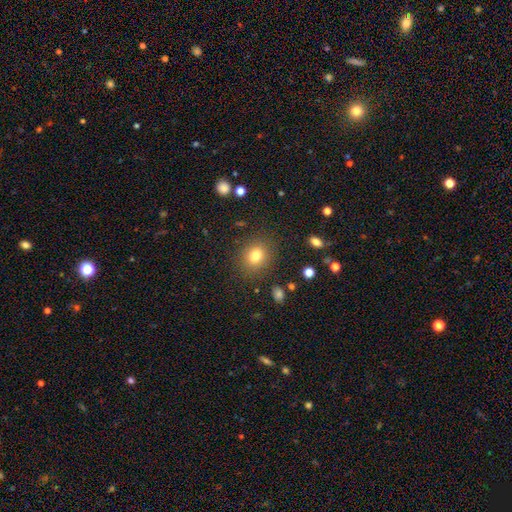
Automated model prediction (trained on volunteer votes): This appears to be a smooth galaxy with no disk features (78%) that is round (66%). Merging: none (86%).